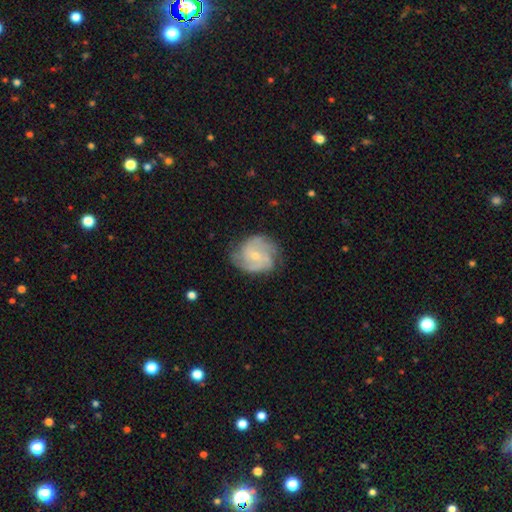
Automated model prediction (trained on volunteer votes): Overall: featured or disk (78%). Edge-on disk: no (98%). Bar: no (55%; weak 39%). Spiral arms: yes (94%). Spiral arm count: 2 (37%; 3 28%). Spiral winding: medium (44%; tight 43%). Bulge size: small (60%; moderate 35%). Merging: none (71%).